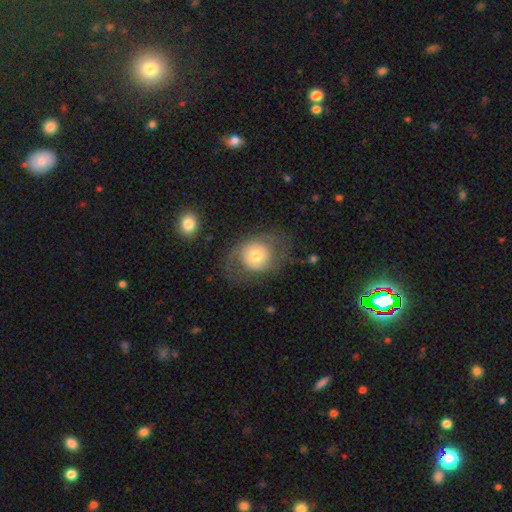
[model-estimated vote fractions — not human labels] Q: Smooth or featured?
A: smooth (52%); runner-up: featured or disk (40%)
Q: How rounded?
A: round (65%); runner-up: in between (34%)
Q: Merging?
A: none (51%); runner-up: major disturbance (24%)